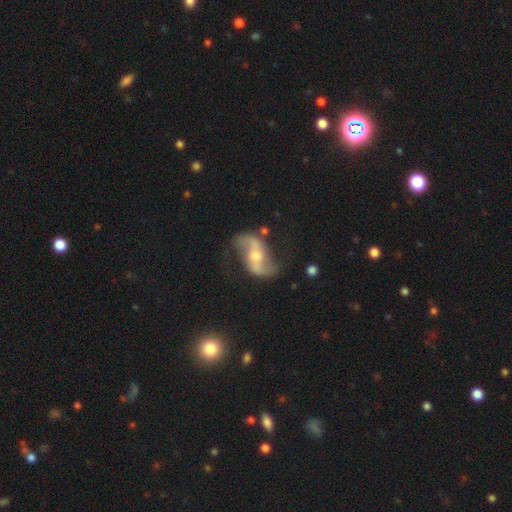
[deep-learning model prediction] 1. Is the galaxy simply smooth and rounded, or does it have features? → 87% featured or disk, 8% smooth, 5% star or artifact.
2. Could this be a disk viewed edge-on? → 95% no, 5% yes.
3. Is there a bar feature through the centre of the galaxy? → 39% strong, 36% weak, 25% no.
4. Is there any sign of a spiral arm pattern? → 94% yes, 6% no.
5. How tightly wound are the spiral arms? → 74% loose, 21% medium, 5% tight.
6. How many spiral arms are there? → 93% 2, 2% can't tell, 2% 1, 1% 3, 1% 4, 1% more than 4.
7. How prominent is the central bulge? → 56% moderate, 33% small, 6% large, 3% none, 1% dominant.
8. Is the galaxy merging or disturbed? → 71% none, 16% minor disturbance, 9% major disturbance, 3% merger.